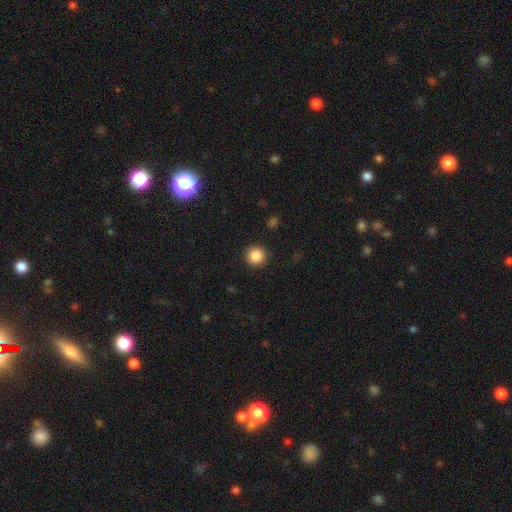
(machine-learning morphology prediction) The model was most divided on "smooth or featured": smooth: 87%, star or artifact: 10%, featured or disk: 3%. More confident: how rounded — round (95%); merging — none (92%).